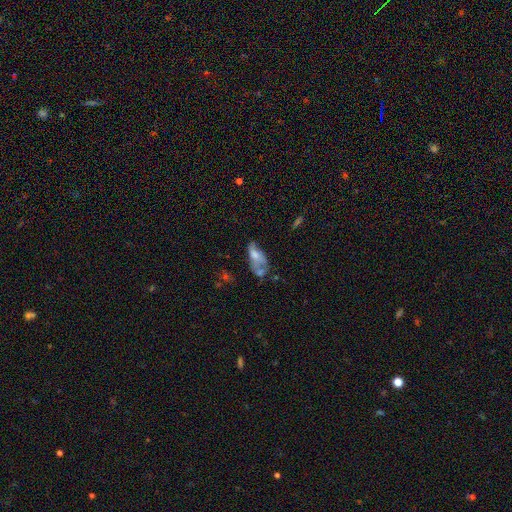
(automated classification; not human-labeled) Q: Smooth or featured?
A: smooth (49%); runner-up: featured or disk (41%)
Q: Merging?
A: major disturbance (29%); runner-up: merger (28%)